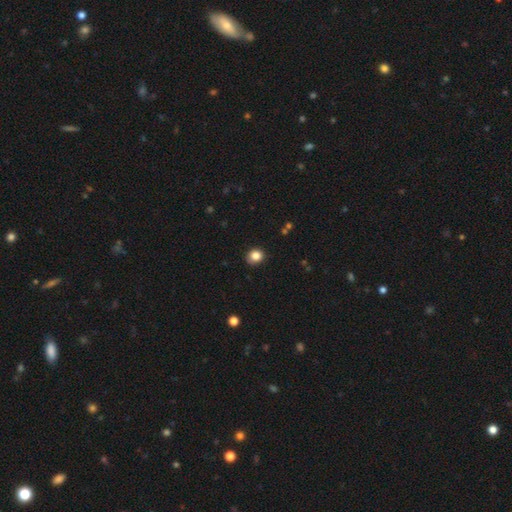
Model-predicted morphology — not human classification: smooth_or_featured: smooth (p=0.84) [alt: star or artifact p=0.11]
how_rounded: round (p=0.74) [alt: in between p=0.25]
merging: none (p=0.85) [alt: minor disturbance p=0.11]